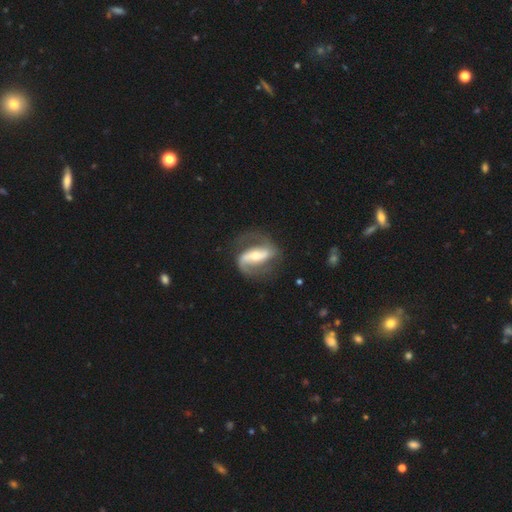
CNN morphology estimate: smooth-or-featured: featured or disk: 86% | smooth: 9% | star or artifact: 5%
  disk-edge-on: no: 95% | yes: 5%
    bar: strong: 52% | weak: 26% | no: 21%
    has-spiral-arms: yes: 94% | no: 6%
      spiral-winding: loose: 47% | medium: 39% | tight: 14%
      spiral-arm-count: 2: 86% | 1: 8% | can't tell: 3% | 3: 1% | 4: 1% | more than 4: 1%
    bulge-size: moderate: 52% | small: 41% | large: 4% | none: 1% | dominant: 1%
  merging: none: 69% | minor disturbance: 17% | major disturbance: 12% | merger: 2%